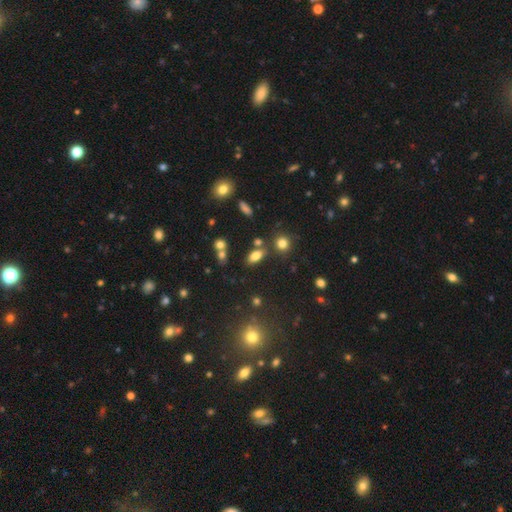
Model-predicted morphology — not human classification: smooth_or_featured: smooth (p=0.76) [alt: star or artifact p=0.13]
how_rounded: in between (p=0.85) [alt: round p=0.08]
merging: none (p=0.72) [alt: minor disturbance p=0.12]